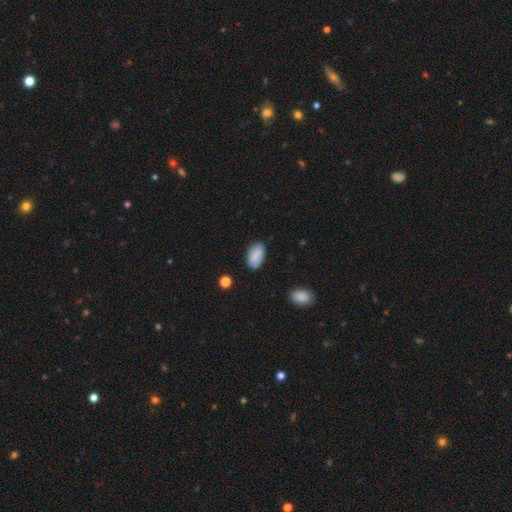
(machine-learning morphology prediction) smooth-or-featured: smooth: 86% | star or artifact: 7% | featured or disk: 7%
  how-rounded: in between: 94% | round: 4% | cigar-shaped: 2%
  merging: none: 80% | minor disturbance: 16% | major disturbance: 3% | merger: 2%